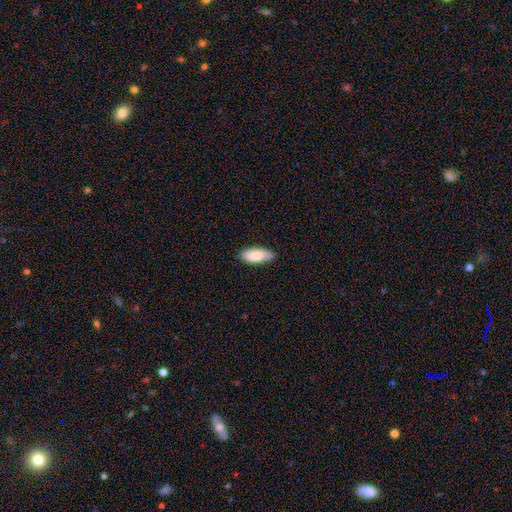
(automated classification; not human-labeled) This is clearly a smooth galaxy (83%). How rounded: clearly in between (81%). Merging: clearly none (83%).